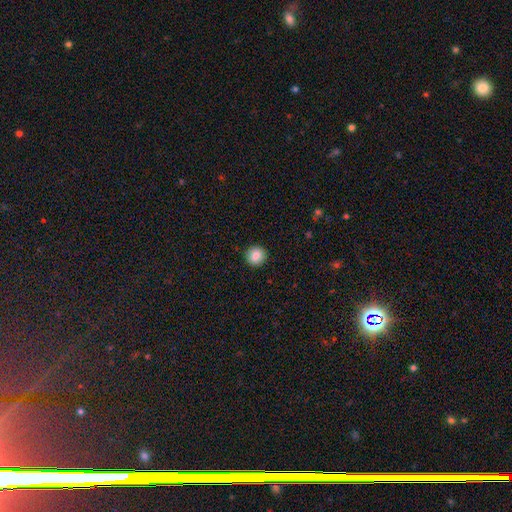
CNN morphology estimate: Smooth or featured? Predicted: smooth (p=0.86). How rounded? Predicted: round (p=0.92). Merging? Predicted: none (p=0.92).